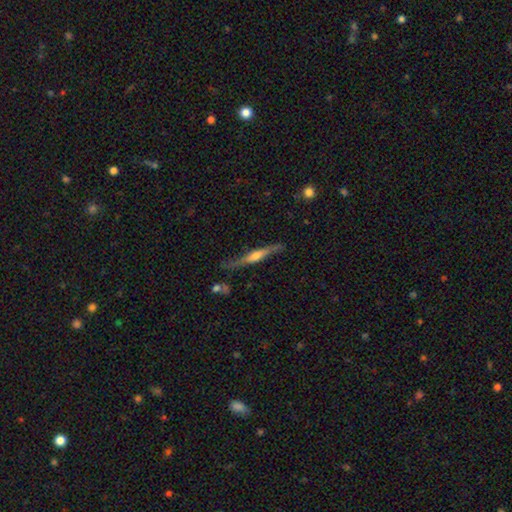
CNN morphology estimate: Smooth or featured: featured or disk — 65% (smooth — 29%)
Edge-on disk: yes — 94% (no — 6%)
Edge-on bulge: rounded — 72% (boxy — 14%)
Merging: none — 72% (minor disturbance — 19%)